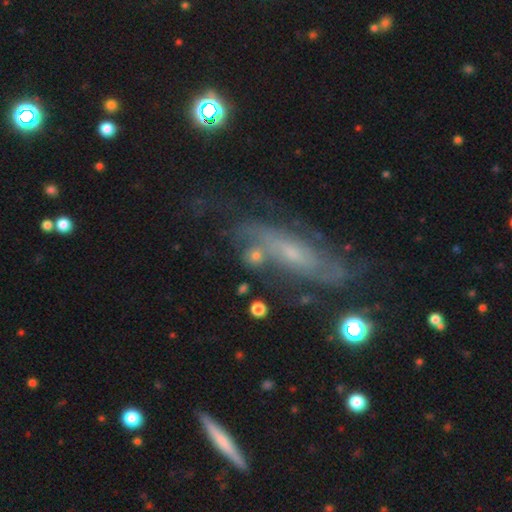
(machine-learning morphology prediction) type=smooth (49%); merging=none (59%).